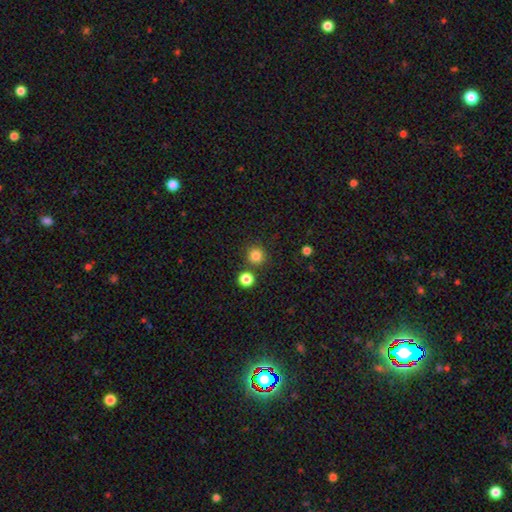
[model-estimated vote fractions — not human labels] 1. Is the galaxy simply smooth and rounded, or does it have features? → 82% smooth, 13% star or artifact, 4% featured or disk.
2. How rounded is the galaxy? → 94% round, 5% in between, 1% cigar-shaped.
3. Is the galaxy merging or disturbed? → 83% none, 8% merger, 7% minor disturbance, 2% major disturbance.